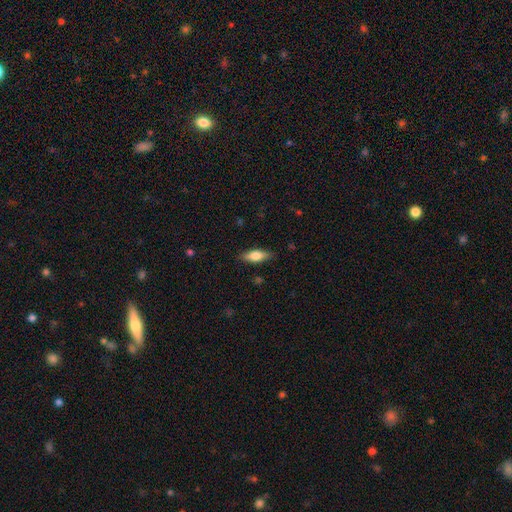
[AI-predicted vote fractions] Overall: smooth (69%). How rounded: in between (63%; cigar-shaped 34%). Merging: none (85%).